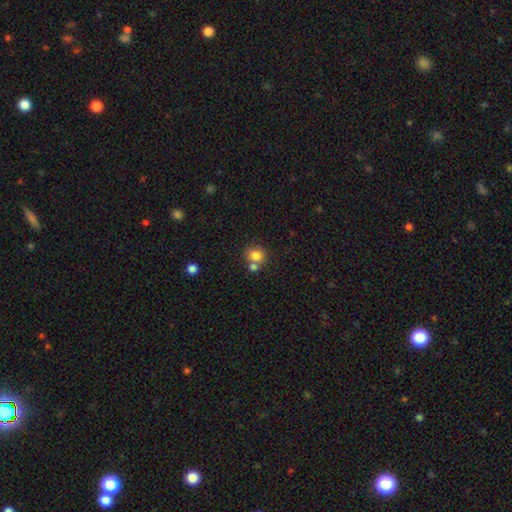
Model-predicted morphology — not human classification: Smooth or featured?
  - smooth: 81% *
  - star or artifact: 11%
  - featured or disk: 8%
How rounded?
  - round: 83% *
  - in between: 16%
  - cigar-shaped: 1%
Merging?
  - none: 54% *
  - merger: 33%
  - minor disturbance: 9%
  - major disturbance: 3%